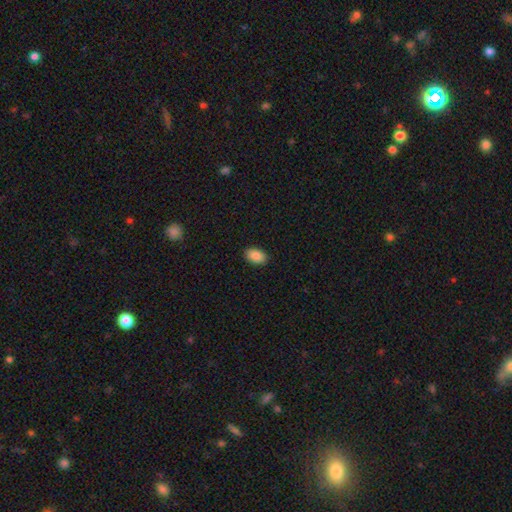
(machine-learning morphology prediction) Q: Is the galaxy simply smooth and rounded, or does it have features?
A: smooth — 88%.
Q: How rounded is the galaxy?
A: in between — 91%.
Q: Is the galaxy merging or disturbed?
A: none — 90%.